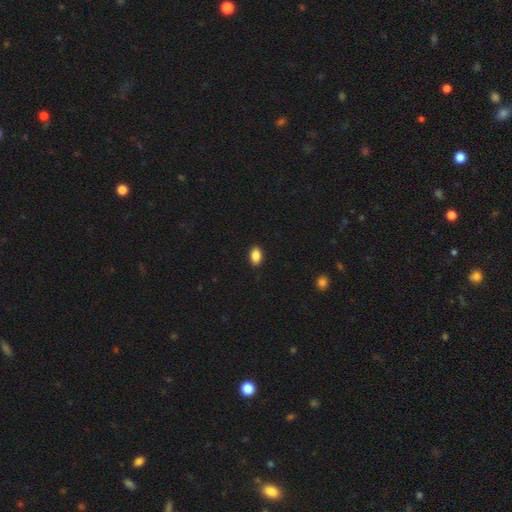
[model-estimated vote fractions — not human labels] A smooth galaxy with no disk features (88%) that is in between round and cigar-shaped (88%). Merging: none (90%).